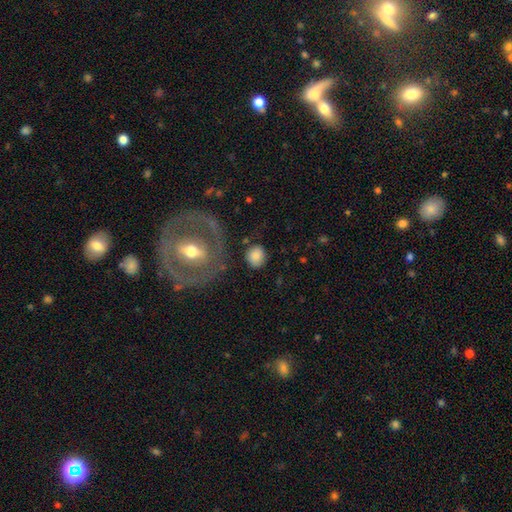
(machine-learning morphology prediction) smooth-or-featured: smooth: 79% | featured or disk: 14% | star or artifact: 7%
  how-rounded: round: 68% | in between: 31% | cigar-shaped: 1%
  merging: none: 77% | minor disturbance: 12% | major disturbance: 6% | merger: 5%